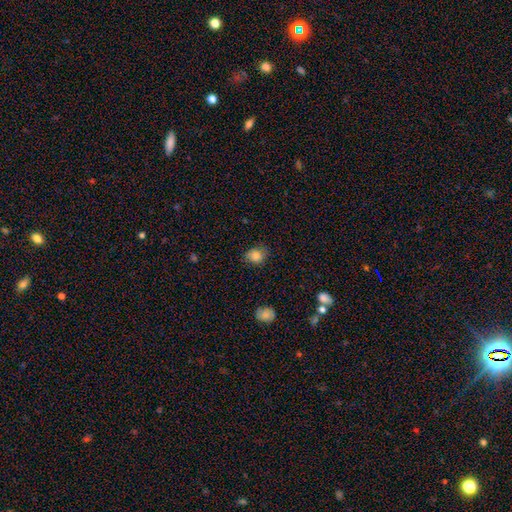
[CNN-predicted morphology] A smooth galaxy with no disk features (83%) that is round (59%). Merging: none (71%).